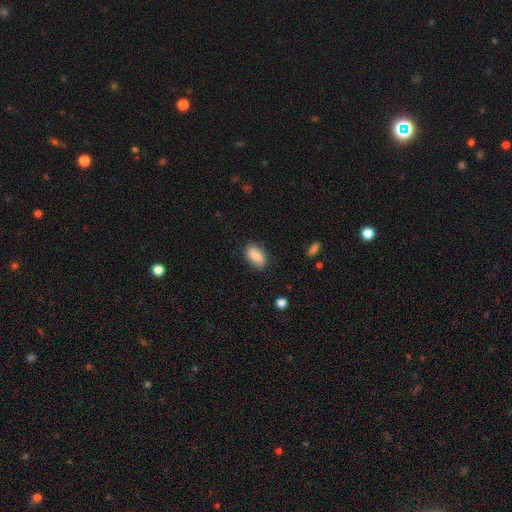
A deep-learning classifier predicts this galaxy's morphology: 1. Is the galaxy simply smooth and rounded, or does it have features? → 87% smooth, 7% star or artifact, 6% featured or disk.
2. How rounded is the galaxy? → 92% in between, 5% round, 3% cigar-shaped.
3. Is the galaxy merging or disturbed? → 82% none, 13% minor disturbance, 3% major disturbance, 1% merger.